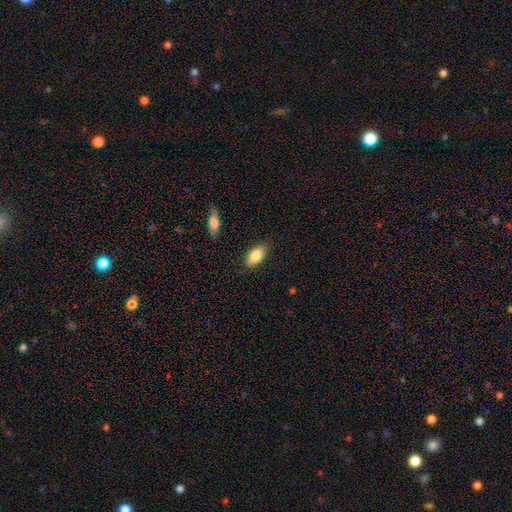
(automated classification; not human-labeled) smooth_or_featured: smooth (p=0.83) [alt: featured or disk p=0.10]
how_rounded: in between (p=0.91) [alt: cigar-shaped p=0.06]
merging: none (p=0.84) [alt: minor disturbance p=0.12]